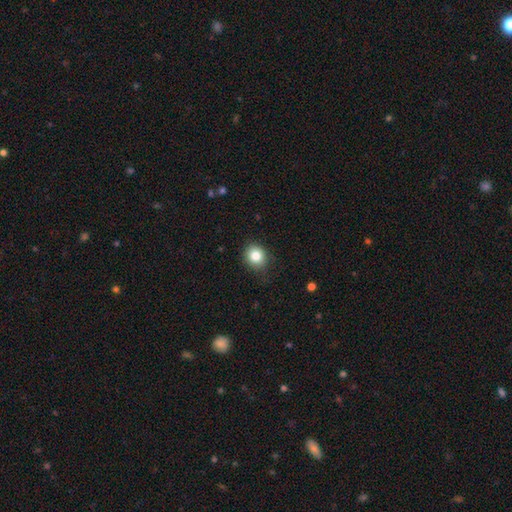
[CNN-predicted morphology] This appears to be a smooth galaxy with no disk features (83%) that is round (76%). Merging: none (81%).